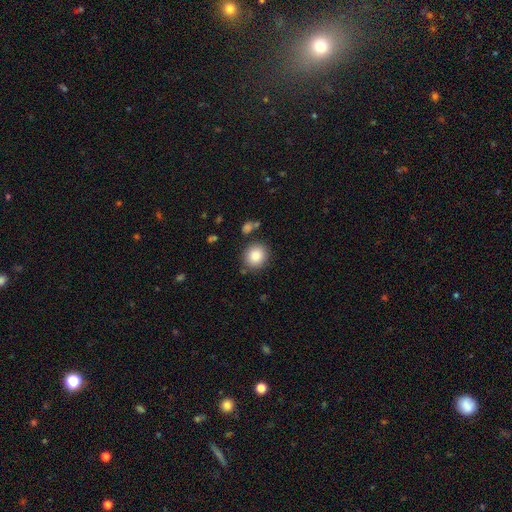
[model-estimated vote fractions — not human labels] This is clearly a smooth galaxy (85%). How rounded: clearly round (83%). Merging: clearly none (83%).